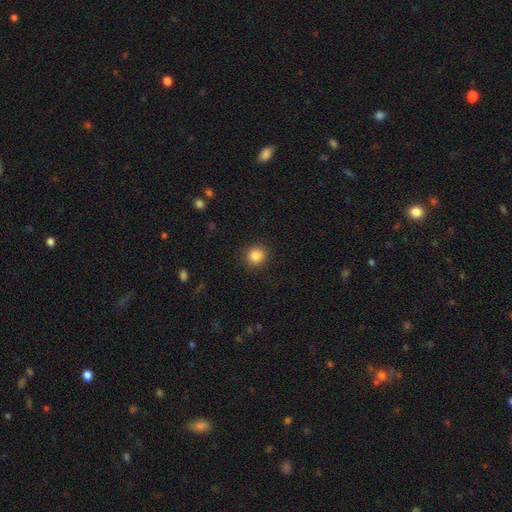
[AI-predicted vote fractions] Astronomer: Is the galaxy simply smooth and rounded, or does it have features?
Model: smooth — 86%.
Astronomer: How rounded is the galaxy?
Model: round — 87%.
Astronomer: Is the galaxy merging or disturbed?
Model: none — 90%.